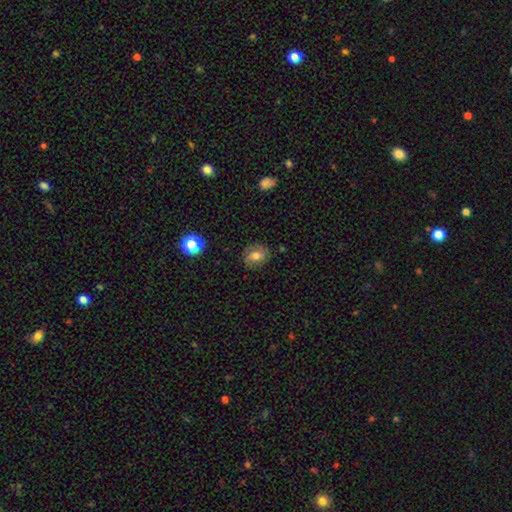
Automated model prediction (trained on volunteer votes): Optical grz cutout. It shows a smooth galaxy with no disk features (53%) that is round (61%). Merging: none (79%).